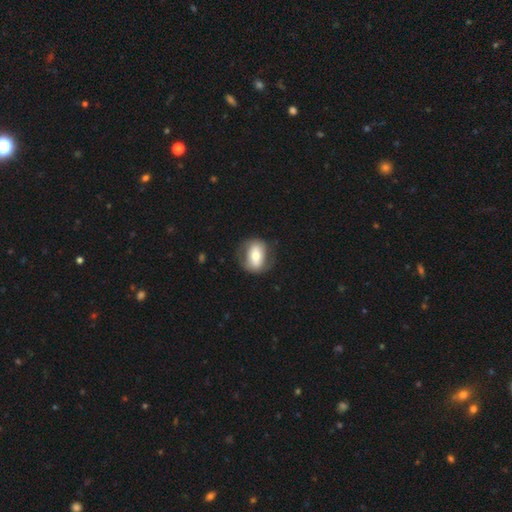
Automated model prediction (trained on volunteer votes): Smooth or featured? Predicted: smooth (p=0.60). How rounded? Predicted: in between (p=0.70). Merging? Predicted: none (p=0.72).